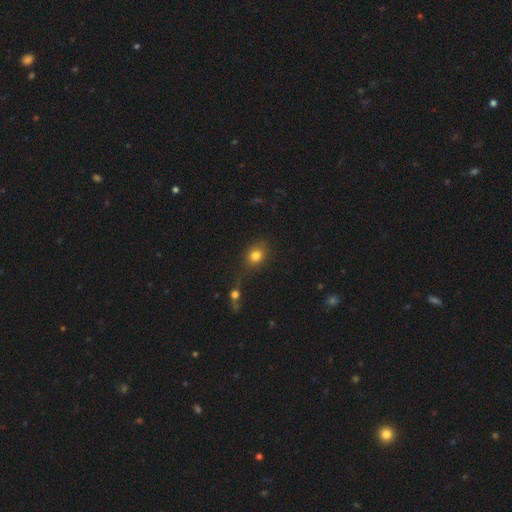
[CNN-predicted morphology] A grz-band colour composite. It shows a smooth galaxy with no disk features (79%) that is round (56%). Merging: none (64%).